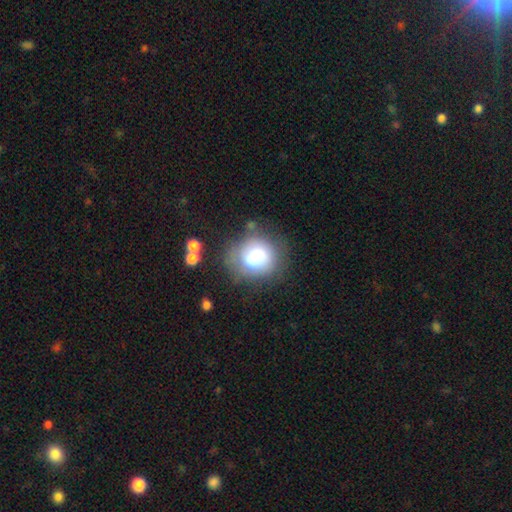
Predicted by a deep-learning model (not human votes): smooth-or-featured: smooth: 70% | featured or disk: 21% | star or artifact: 10%
  how-rounded: round: 82% | in between: 17% | cigar-shaped: 1%
  merging: none: 64% | minor disturbance: 20% | major disturbance: 11% | merger: 6%